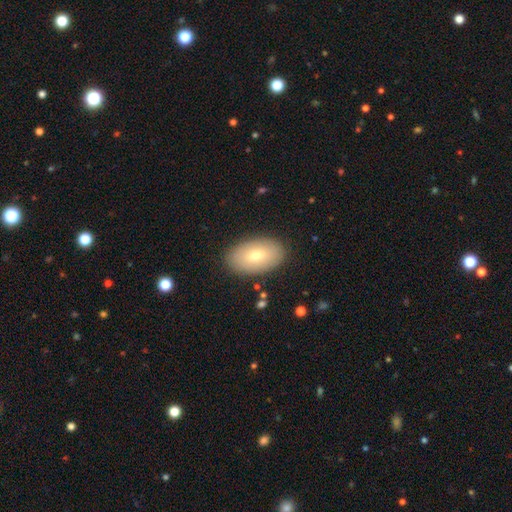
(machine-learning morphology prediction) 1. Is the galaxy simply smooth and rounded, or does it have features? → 71% smooth, 22% featured or disk, 7% star or artifact.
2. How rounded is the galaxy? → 93% in between, 5% round, 1% cigar-shaped.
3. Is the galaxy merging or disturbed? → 87% none, 9% minor disturbance, 3% major disturbance, 1% merger.